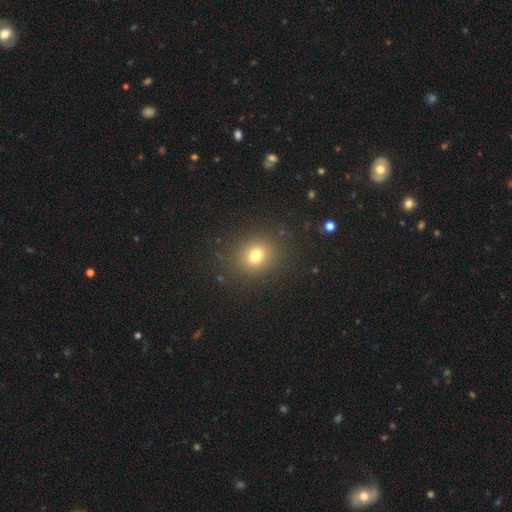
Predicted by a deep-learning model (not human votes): smooth 74%, star or artifact 16%, featured or disk 10%. Down the decision tree: how rounded — round (75%); merging — none (87%).